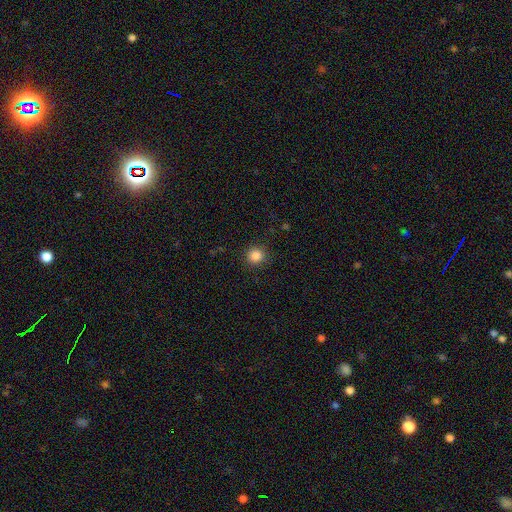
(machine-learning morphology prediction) smooth_or_featured: smooth (p=0.85) [alt: star or artifact p=0.11]
how_rounded: round (p=0.92) [alt: in between p=0.07]
merging: none (p=0.90) [alt: minor disturbance p=0.06]